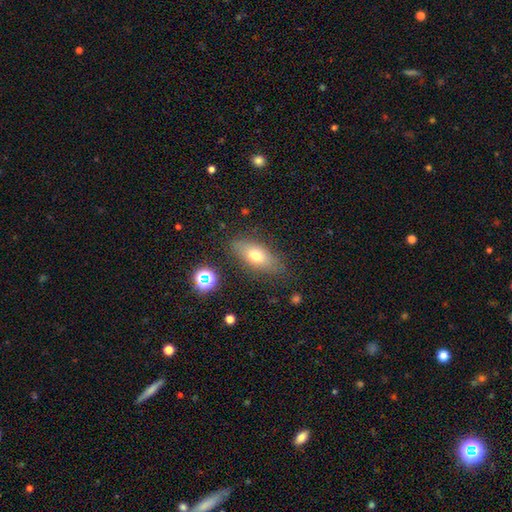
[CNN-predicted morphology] A smooth galaxy with no disk features (67%) that is in between round and cigar-shaped (77%).

Vote fractions:
- Smooth or featured? smooth: 67% / featured or disk: 23% / star or artifact: 10%
- How rounded? in between: 77% / cigar-shaped: 17% / round: 7%
- Merging? none: 81% / minor disturbance: 13% / major disturbance: 4% / merger: 2%